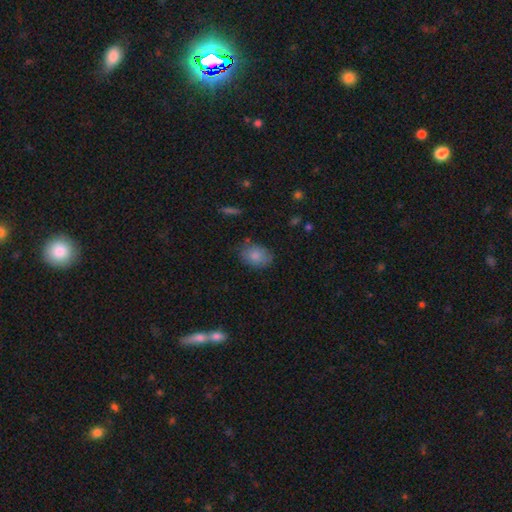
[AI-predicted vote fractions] Smooth or featured? Predicted: smooth (p=0.85). How rounded? Predicted: in between (p=0.78). Merging? Predicted: none (p=0.75).